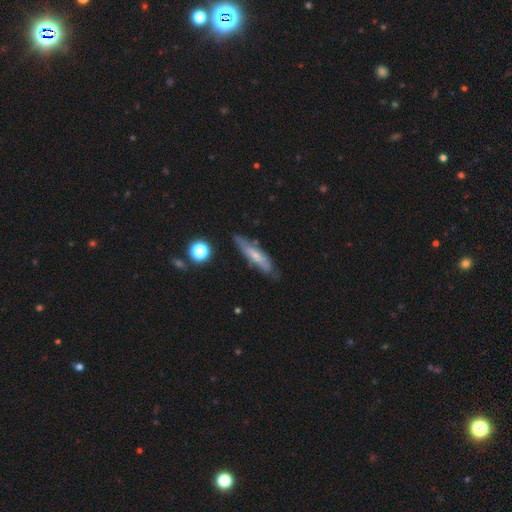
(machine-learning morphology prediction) type=smooth (52%); roundness=cigar-shaped (75%); merging=none (72%).